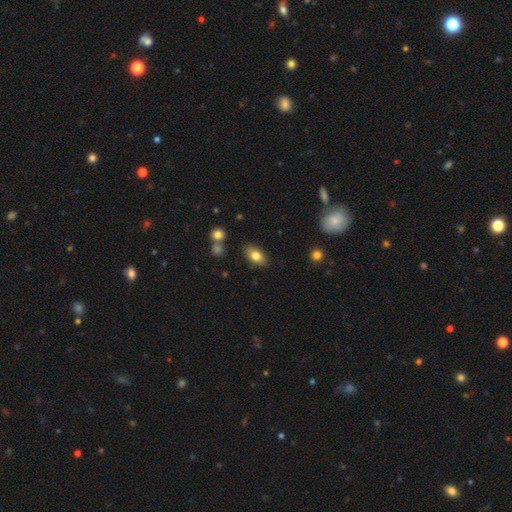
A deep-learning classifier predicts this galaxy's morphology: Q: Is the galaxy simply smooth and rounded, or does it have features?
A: smooth — 79%.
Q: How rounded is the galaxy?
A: in between — 89%.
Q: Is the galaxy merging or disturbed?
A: none — 83%.